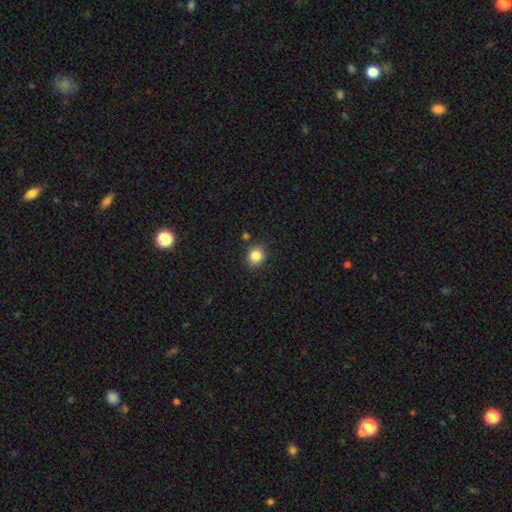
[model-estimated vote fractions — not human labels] A smooth galaxy with no disk features (85%) that is round (82%).

Vote fractions:
- Smooth or featured? smooth: 85% / star or artifact: 10% / featured or disk: 4%
- How rounded? round: 82% / in between: 17% / cigar-shaped: 1%
- Merging? none: 87% / minor disturbance: 8% / merger: 3% / major disturbance: 2%